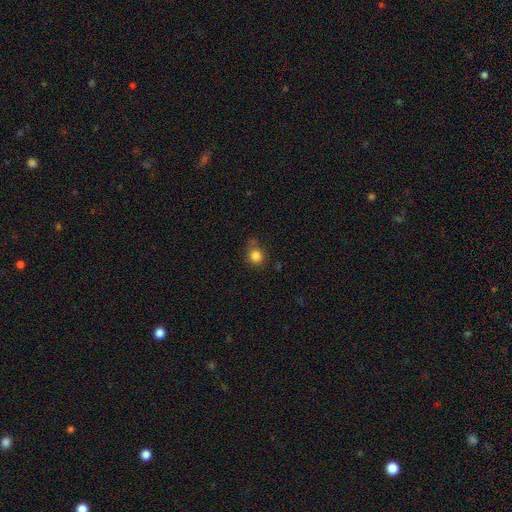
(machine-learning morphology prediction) This appears to be a smooth galaxy with no disk features (83%) that is round (83%). Merging: none (63%).